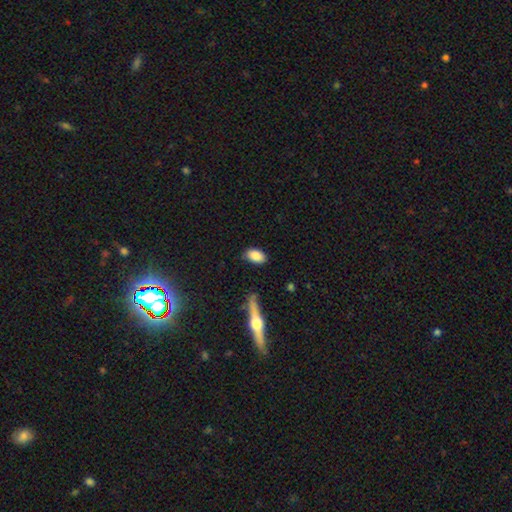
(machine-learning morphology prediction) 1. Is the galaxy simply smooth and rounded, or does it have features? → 87% smooth, 7% star or artifact, 6% featured or disk.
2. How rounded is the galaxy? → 91% in between, 7% round, 2% cigar-shaped.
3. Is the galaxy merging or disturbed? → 80% none, 14% minor disturbance, 4% major disturbance, 2% merger.